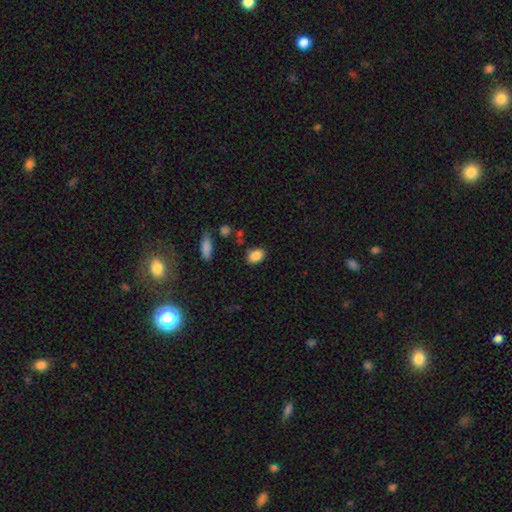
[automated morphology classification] Smooth or featured? smooth (86%)
How rounded? in between (79%)
Merging? none (80%)